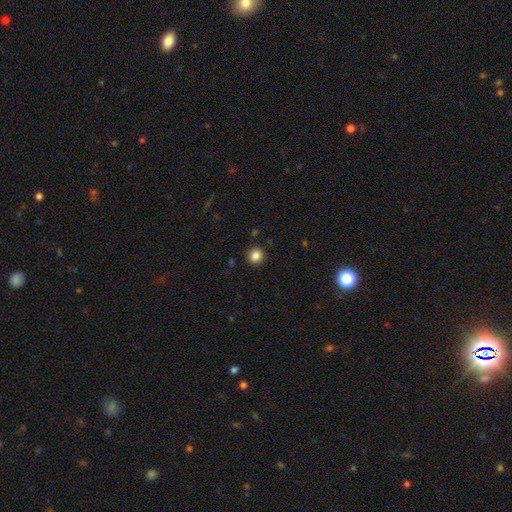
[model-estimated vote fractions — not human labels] smooth_or_featured: smooth (p=0.85) [alt: star or artifact p=0.11]
how_rounded: round (p=0.92) [alt: in between p=0.07]
merging: none (p=0.91) [alt: minor disturbance p=0.06]